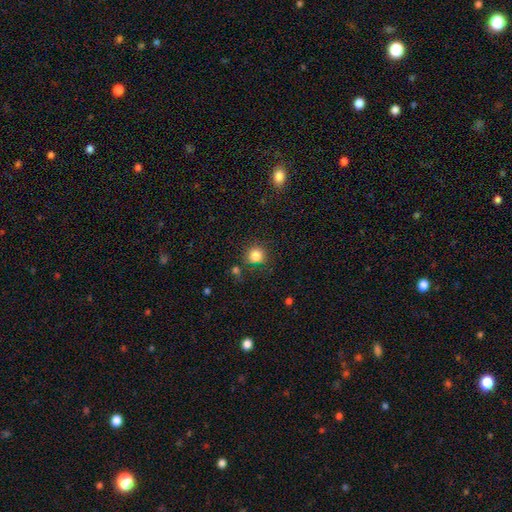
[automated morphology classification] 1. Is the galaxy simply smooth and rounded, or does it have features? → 83% smooth, 12% star or artifact, 5% featured or disk.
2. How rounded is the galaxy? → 90% round, 10% in between, 1% cigar-shaped.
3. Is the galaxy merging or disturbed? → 78% none, 12% minor disturbance, 5% merger, 4% major disturbance.